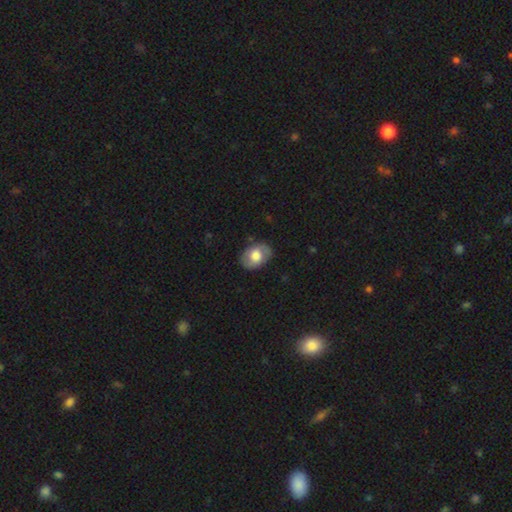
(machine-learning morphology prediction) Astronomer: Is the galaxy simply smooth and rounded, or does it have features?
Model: smooth — 61%.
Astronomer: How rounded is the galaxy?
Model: in between — 75%.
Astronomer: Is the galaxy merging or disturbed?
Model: none — 79%.